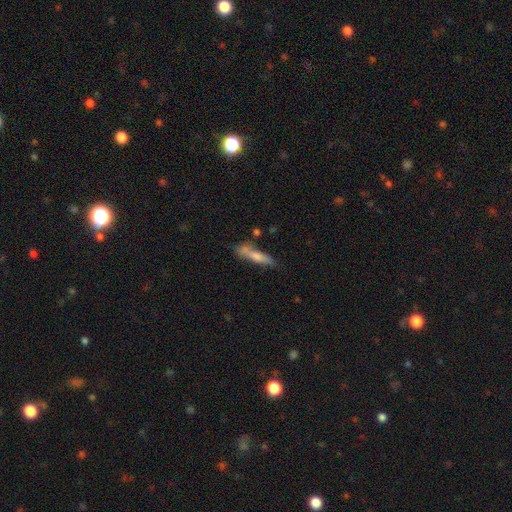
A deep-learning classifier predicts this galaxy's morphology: Overall: smooth (66%; featured or disk 28%). How rounded: cigar-shaped (82%). Merging: none (58%; minor disturbance 21%).